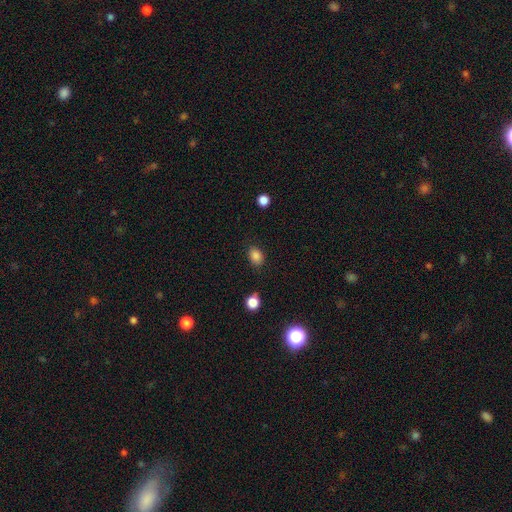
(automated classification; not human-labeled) smooth-or-featured: smooth: 85% | star or artifact: 11% | featured or disk: 4%
  how-rounded: in between: 68% | round: 30% | cigar-shaped: 1%
  merging: none: 80% | minor disturbance: 14% | major disturbance: 4% | merger: 2%